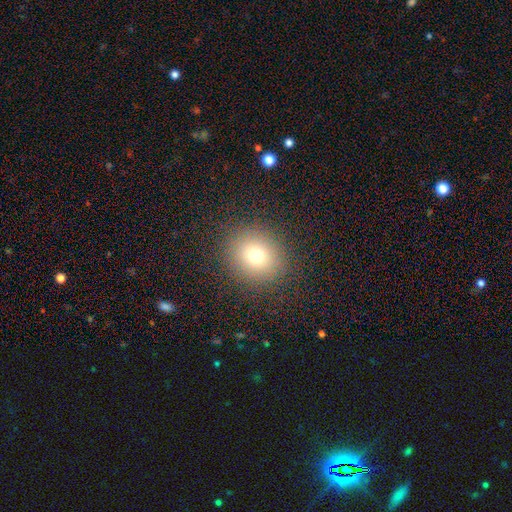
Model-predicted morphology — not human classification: The model was most divided on "smooth or featured": smooth: 75%, star or artifact: 14%, featured or disk: 11%. More confident: merging — none (89%); how rounded — round (83%).